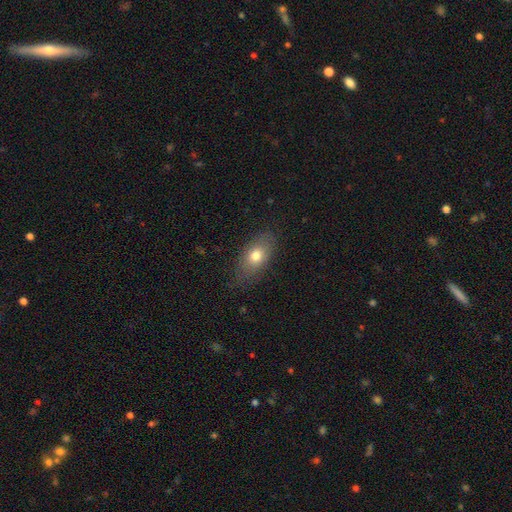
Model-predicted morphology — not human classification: A smooth galaxy with no disk features (73%) that is in between round and cigar-shaped (85%). Merging: none (77%).